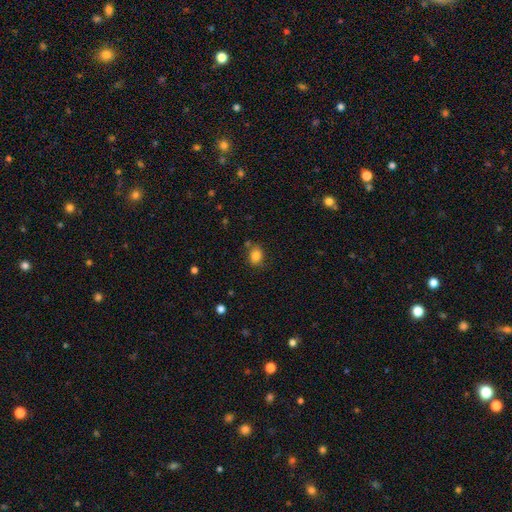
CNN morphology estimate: smooth-or-featured: smooth: 83% | star or artifact: 11% | featured or disk: 6%
  how-rounded: in between: 51% | round: 48% | cigar-shaped: 1%
  merging: none: 75% | minor disturbance: 15% | merger: 6% | major disturbance: 4%